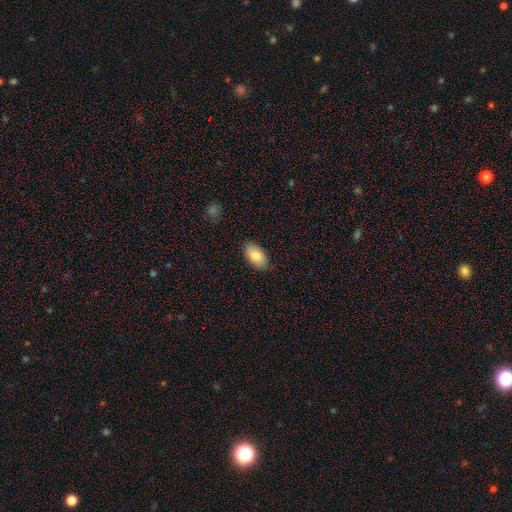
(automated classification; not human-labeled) Morphology: type=smooth (85%); roundness=in between (95%); merging=none (87%).